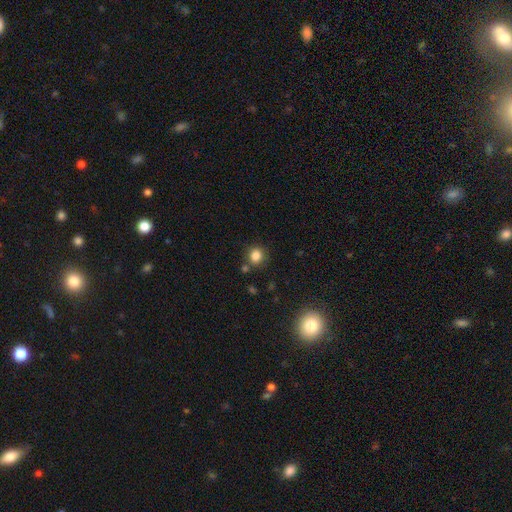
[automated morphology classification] smooth 84%, star or artifact 11%, featured or disk 5%. Down the decision tree: how rounded — round (73%); merging — none (76%).